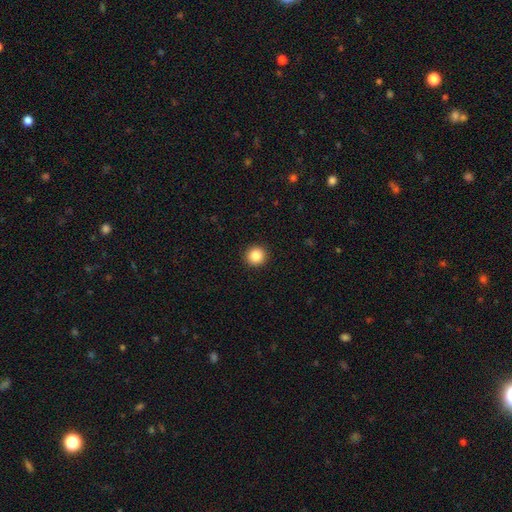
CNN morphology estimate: smooth 85%, star or artifact 10%, featured or disk 4%. Down the decision tree: how rounded — round (95%); merging — none (93%).